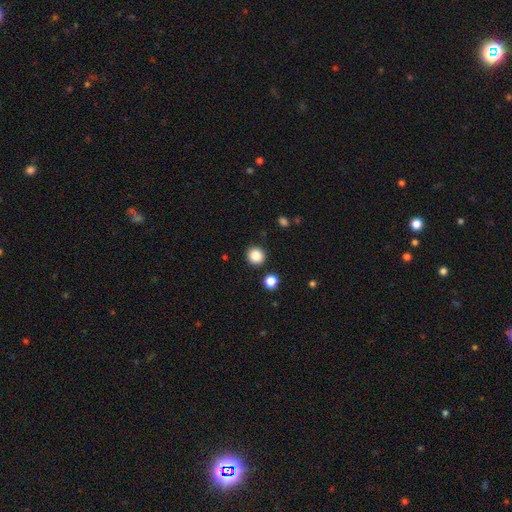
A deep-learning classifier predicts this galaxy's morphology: The model was most divided on "smooth or featured": smooth: 87%, star or artifact: 10%, featured or disk: 3%. More confident: how rounded — round (92%); merging — none (90%).